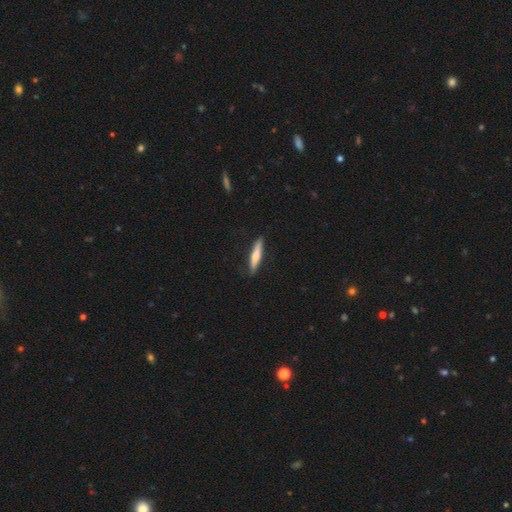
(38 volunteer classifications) A smooth galaxy with no disk features (58%) that is cigar-shaped (82%). Merging: none (73%).